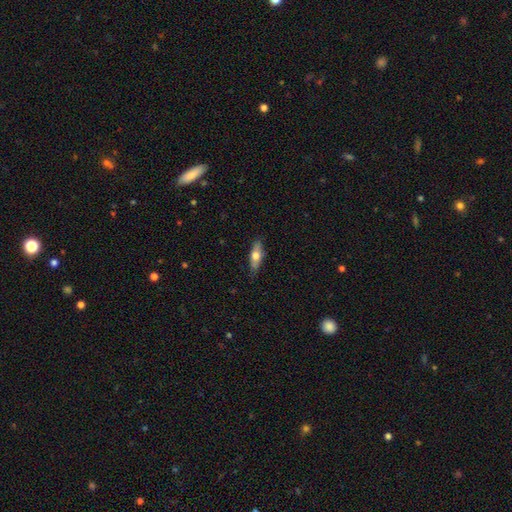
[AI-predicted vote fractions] This appears to be a smooth galaxy with no disk features (59%) that is in between round and cigar-shaped (57%). Merging: none (82%).